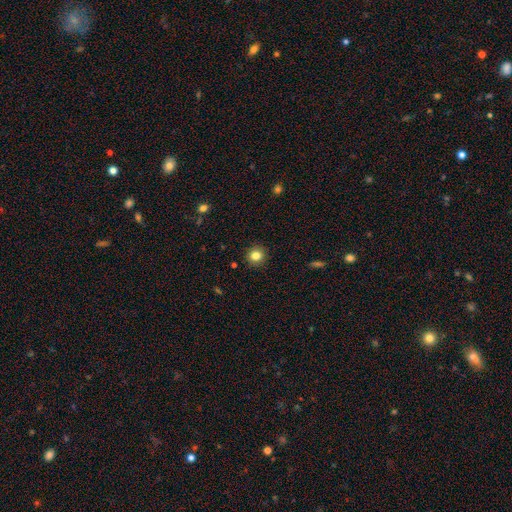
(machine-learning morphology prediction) This is clearly a smooth galaxy (83%). How rounded: clearly round (89%). Merging: clearly none (91%).